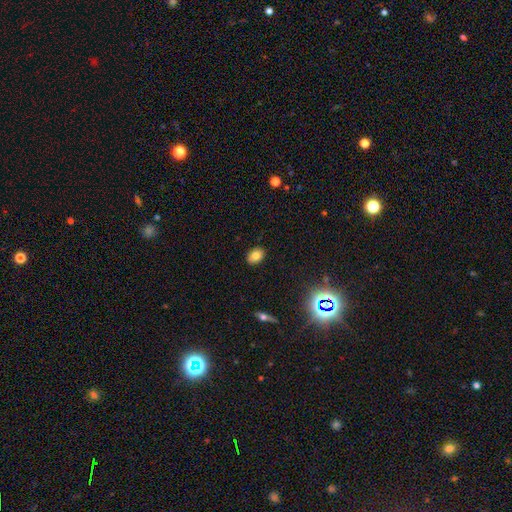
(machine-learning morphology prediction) Overall: smooth (78%). How rounded: in between (72%). Merging: none (88%).